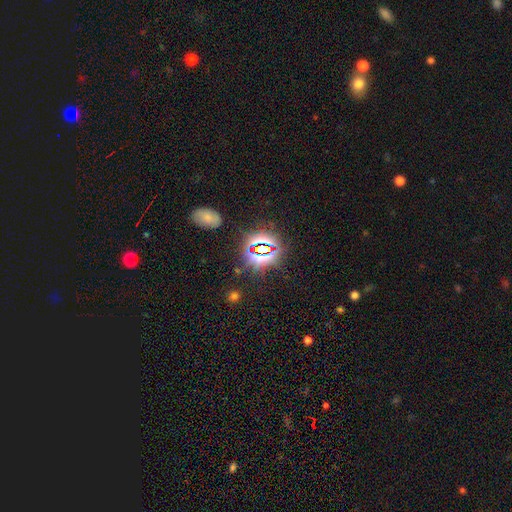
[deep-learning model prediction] Smooth or featured? star or artifact (78%)